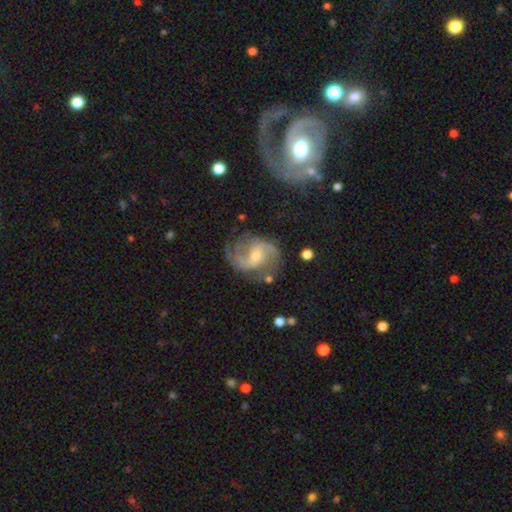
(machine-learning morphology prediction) type=featured or disk (89%); edge-on=no (98%); bar=no (45%); spiral arms=yes (97%); winding=medium (52%); arm count=2 (81%); bulge=small (55%); merging=none (70%).